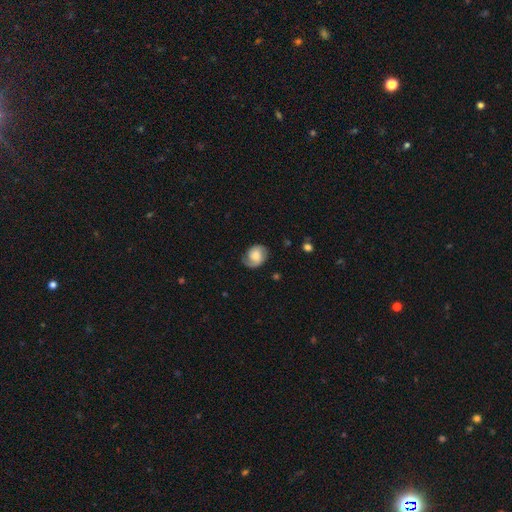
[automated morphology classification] This appears to be a featured or disk galaxy (50%). Merging: none (69%).